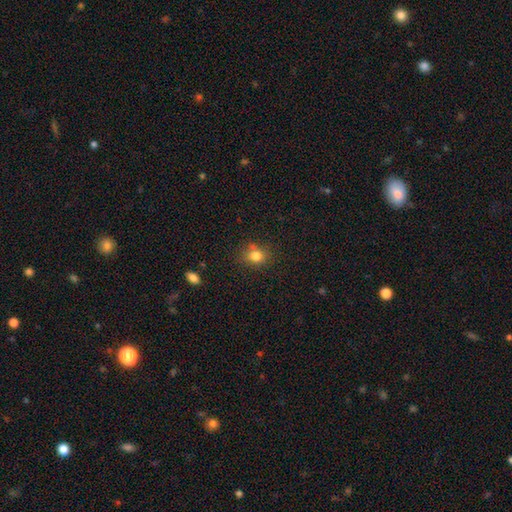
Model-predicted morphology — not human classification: smooth-or-featured: smooth: 80% | star or artifact: 13% | featured or disk: 7%
  how-rounded: round: 69% | in between: 30% | cigar-shaped: 1%
  merging: none: 72% | minor disturbance: 15% | merger: 9% | major disturbance: 4%